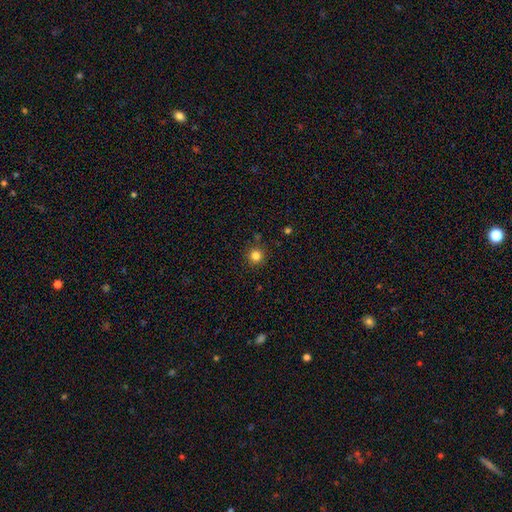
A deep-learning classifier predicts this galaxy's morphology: This appears to be a smooth galaxy with no disk features (83%) that is round (95%). Merging: none (89%).